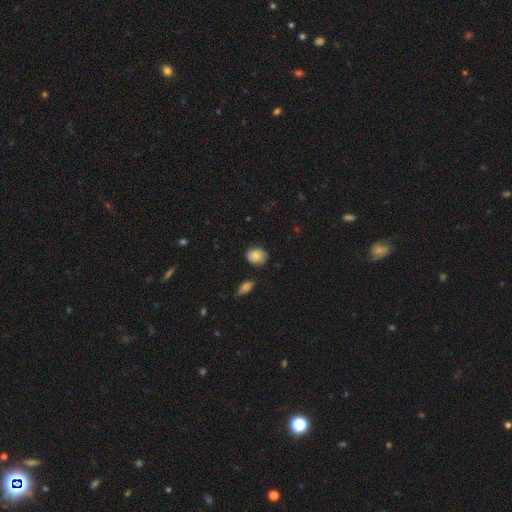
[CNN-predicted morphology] smooth 83%, featured or disk 9%, star or artifact 8%. Down the decision tree: how rounded — round (61%); merging — none (76%).